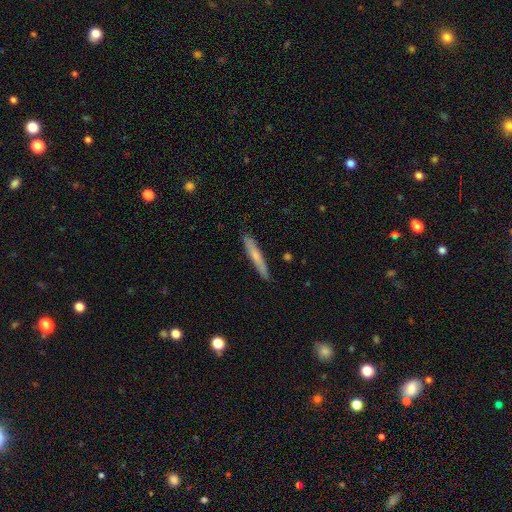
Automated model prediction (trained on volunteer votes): A smooth galaxy with no disk features (57%) that is cigar-shaped (95%). Merging: none (88%).